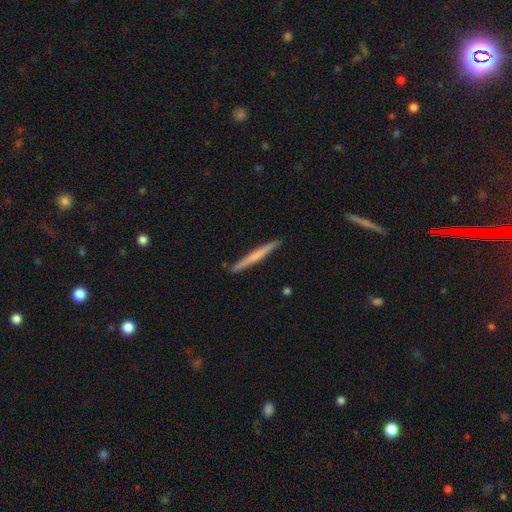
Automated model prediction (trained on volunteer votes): Overall: smooth (52%; featured or disk 43%). How rounded: cigar-shaped (97%). Merging: none (92%).